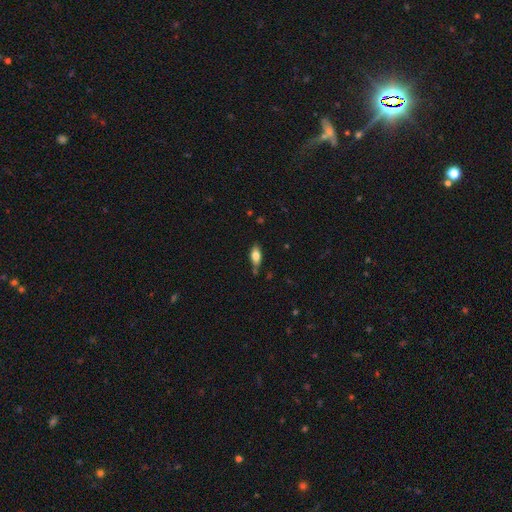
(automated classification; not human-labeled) smooth 69%, featured or disk 23%, star or artifact 7%. Down the decision tree: how rounded — in between (81%); merging — none (73%).